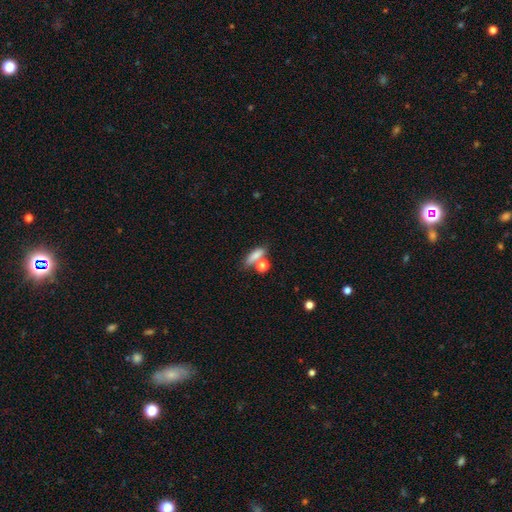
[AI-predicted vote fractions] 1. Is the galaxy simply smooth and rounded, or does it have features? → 79% smooth, 11% featured or disk, 11% star or artifact.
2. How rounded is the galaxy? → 50% in between, 36% cigar-shaped, 13% round.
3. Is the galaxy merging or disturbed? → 55% none, 26% merger, 13% minor disturbance, 6% major disturbance.